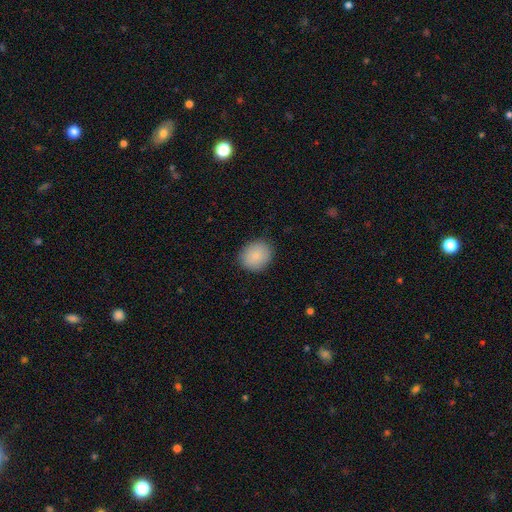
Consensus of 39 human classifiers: This appears to be a smooth galaxy with no disk features (85%) that is round (76%). Merging: none (81%).